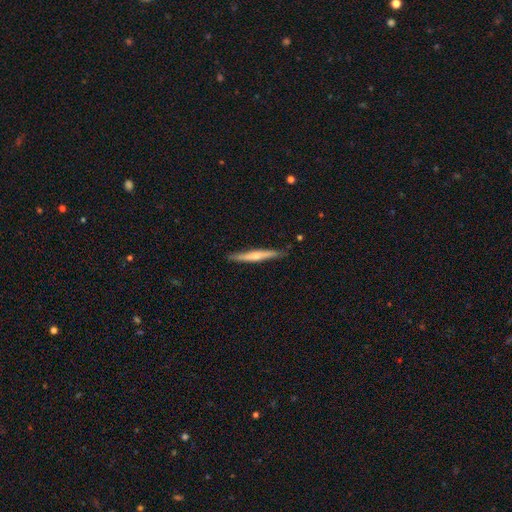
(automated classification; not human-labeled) Smooth or featured? Predicted: smooth (p=0.48). Merging? Predicted: none (p=0.86).